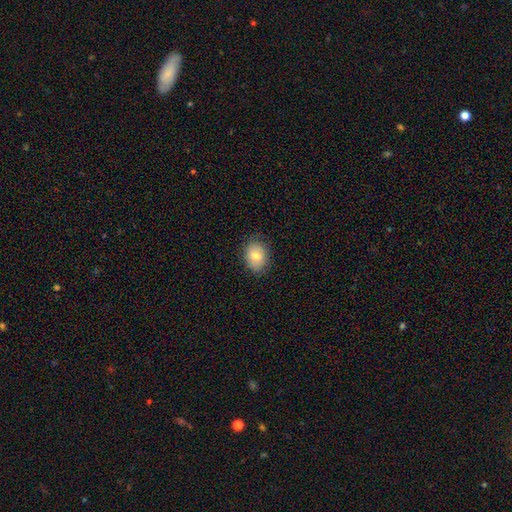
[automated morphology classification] smooth_or_featured: smooth (p=0.79) [alt: featured or disk p=0.12]
how_rounded: in between (p=0.57) [alt: round p=0.43]
merging: none (p=0.83) [alt: minor disturbance p=0.13]